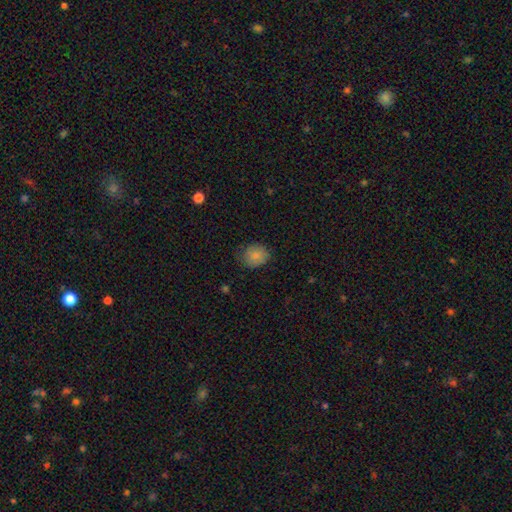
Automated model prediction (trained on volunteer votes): A smooth galaxy with no disk features (81%) that is round (69%).

Vote fractions:
- Smooth or featured? smooth: 81% / featured or disk: 11% / star or artifact: 8%
- How rounded? round: 69% / in between: 30% / cigar-shaped: 1%
- Merging? none: 68% / minor disturbance: 25% / major disturbance: 6% / merger: 1%